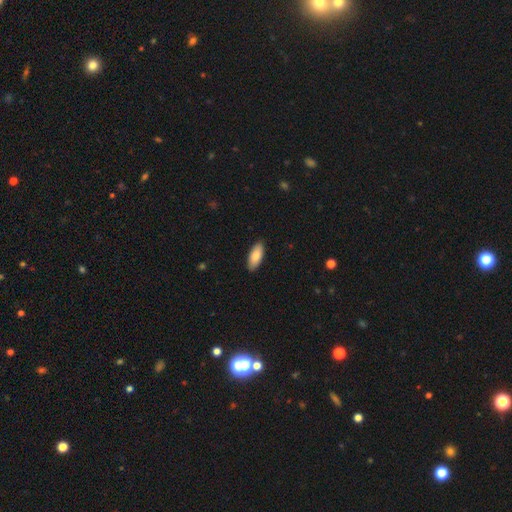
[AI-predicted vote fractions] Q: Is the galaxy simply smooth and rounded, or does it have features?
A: smooth — 84%.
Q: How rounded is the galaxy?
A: in between — 84%.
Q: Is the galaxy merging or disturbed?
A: none — 88%.